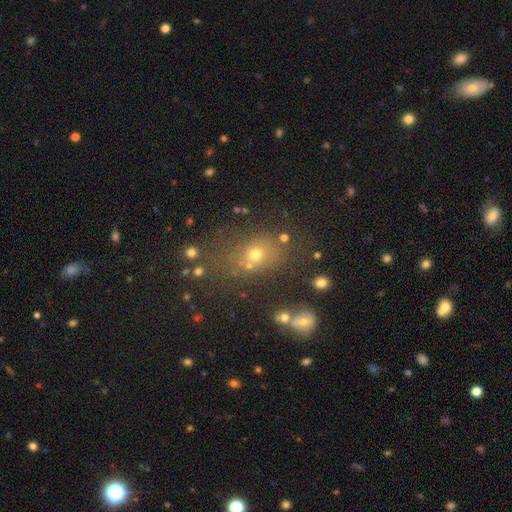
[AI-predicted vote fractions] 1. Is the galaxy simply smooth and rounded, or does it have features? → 58% smooth, 29% star or artifact, 14% featured or disk.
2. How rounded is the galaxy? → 52% round, 46% in between, 3% cigar-shaped.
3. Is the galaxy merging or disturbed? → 64% none, 14% merger, 14% minor disturbance, 8% major disturbance.